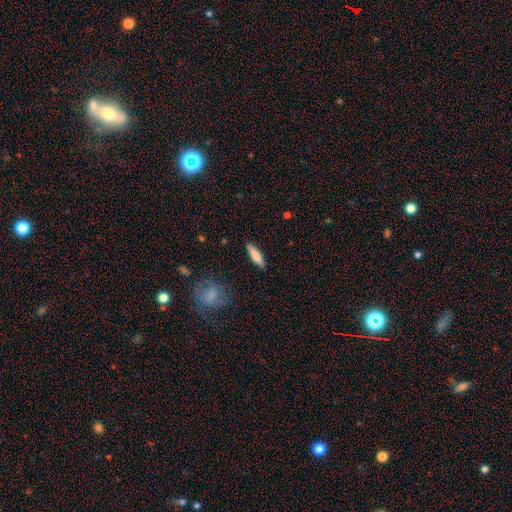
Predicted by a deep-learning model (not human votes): Smooth or featured?
  - smooth: 78% *
  - featured or disk: 16%
  - star or artifact: 6%
How rounded?
  - cigar-shaped: 65% *
  - in between: 33%
  - round: 2%
Merging?
  - none: 87% *
  - minor disturbance: 9%
  - major disturbance: 2%
  - merger: 1%